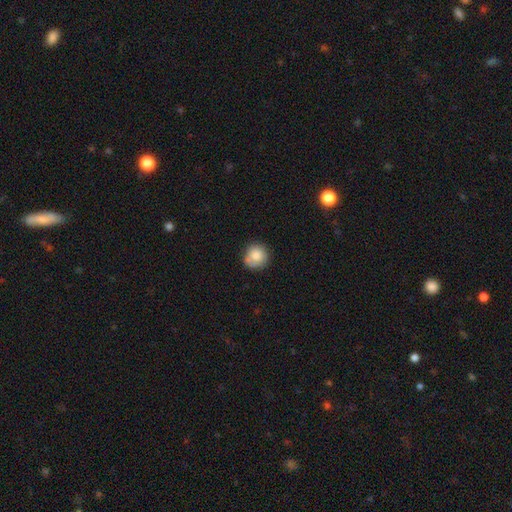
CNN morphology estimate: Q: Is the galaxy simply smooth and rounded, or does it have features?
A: smooth — 81%.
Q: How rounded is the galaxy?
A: round — 91%.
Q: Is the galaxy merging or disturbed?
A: none — 67%.